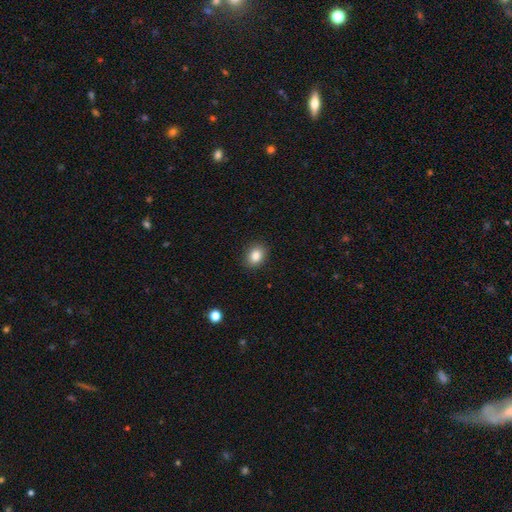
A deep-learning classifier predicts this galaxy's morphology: Smooth or featured? smooth (86%)
How rounded? in between (60%)
Merging? none (88%)